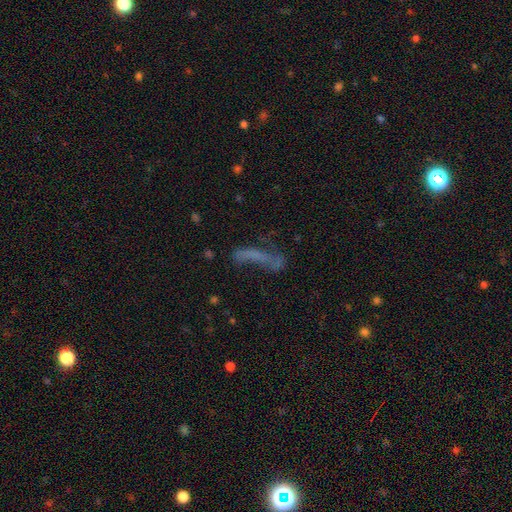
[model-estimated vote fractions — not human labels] Smooth or featured?
  - smooth: 47% *
  - featured or disk: 34%
  - star or artifact: 19%
Merging?
  - none: 38% *
  - major disturbance: 30%
  - minor disturbance: 20%
  - merger: 12%